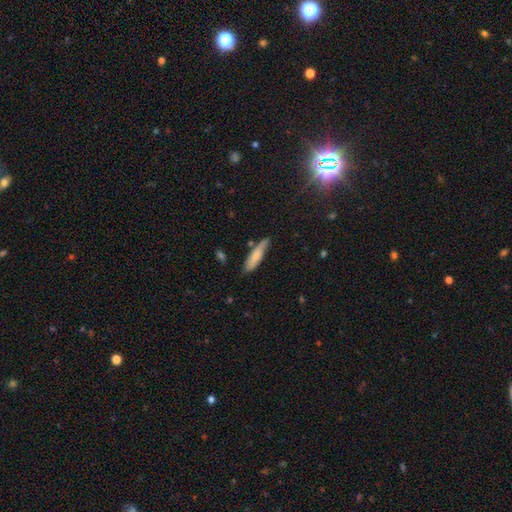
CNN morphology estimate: Smooth or featured? Predicted: smooth (p=0.75). How rounded? Predicted: cigar-shaped (p=0.73). Merging? Predicted: none (p=0.66).